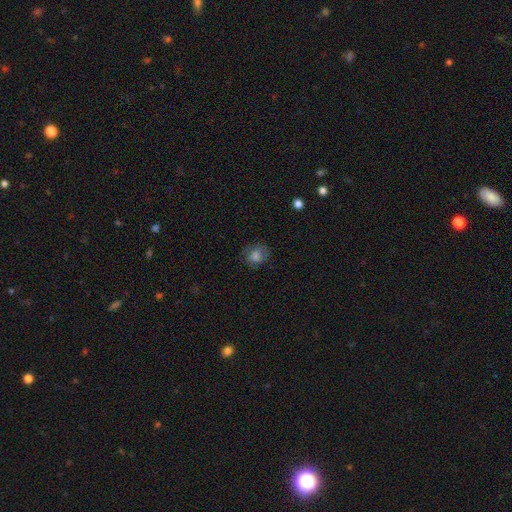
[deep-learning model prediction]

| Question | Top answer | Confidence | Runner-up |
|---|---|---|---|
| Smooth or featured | smooth | 75% | featured or disk (14%) |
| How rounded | round | 60% | in between (39%) |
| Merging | none | 70% | minor disturbance (20%) |